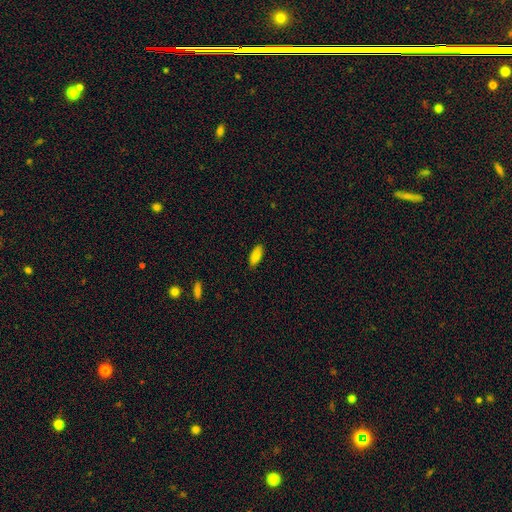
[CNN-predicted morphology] type=smooth (86%); roundness=in between (82%); merging=none (86%).